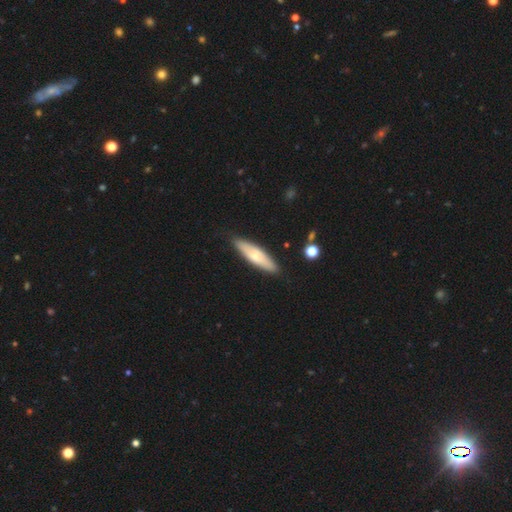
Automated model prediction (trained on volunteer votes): Smooth or featured? smooth (57%)
How rounded? cigar-shaped (63%)
Merging? none (86%)